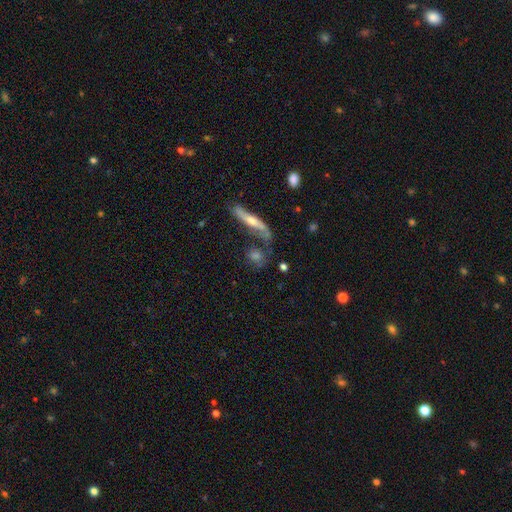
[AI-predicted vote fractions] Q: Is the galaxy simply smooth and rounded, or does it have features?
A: smooth — 48%.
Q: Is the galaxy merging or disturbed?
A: none — 56%.